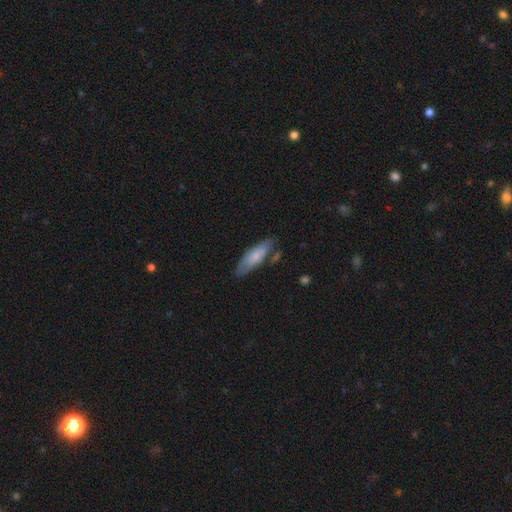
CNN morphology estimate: Overall: smooth (70%). How rounded: in between (56%; cigar-shaped 42%). Merging: none (71%).